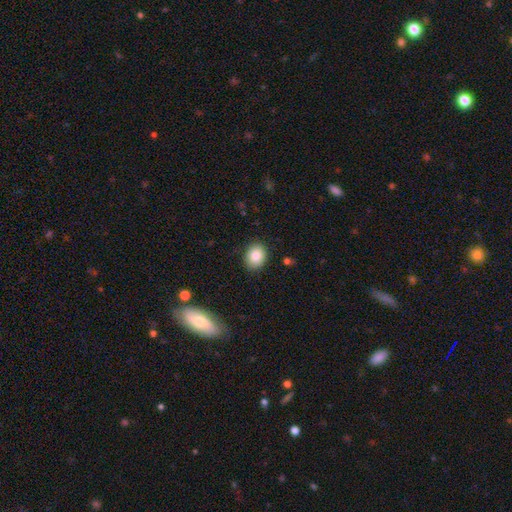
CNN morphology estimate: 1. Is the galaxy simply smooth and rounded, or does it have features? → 84% smooth, 9% star or artifact, 7% featured or disk.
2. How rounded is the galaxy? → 54% round, 45% in between, 1% cigar-shaped.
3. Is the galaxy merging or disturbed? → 88% none, 9% minor disturbance, 2% major disturbance, 1% merger.